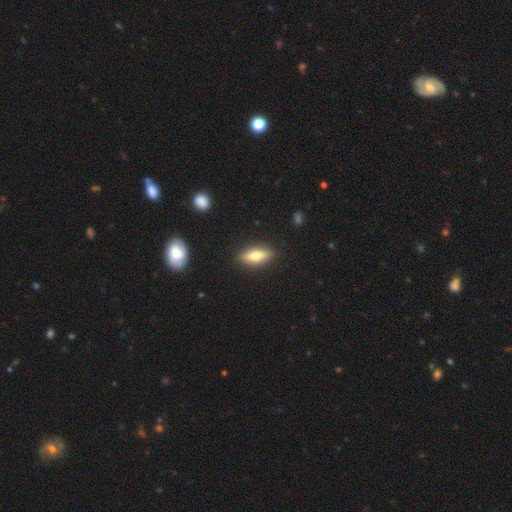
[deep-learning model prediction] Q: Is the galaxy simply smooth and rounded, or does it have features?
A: smooth — 70%.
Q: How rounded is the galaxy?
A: in between — 69%.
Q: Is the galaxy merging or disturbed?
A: none — 88%.